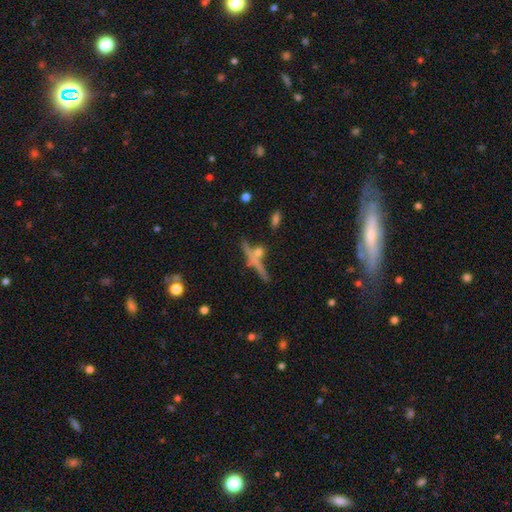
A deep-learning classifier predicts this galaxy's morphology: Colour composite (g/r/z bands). It shows a featured or disk galaxy (43%, tied with smooth). Merging: none (58%).